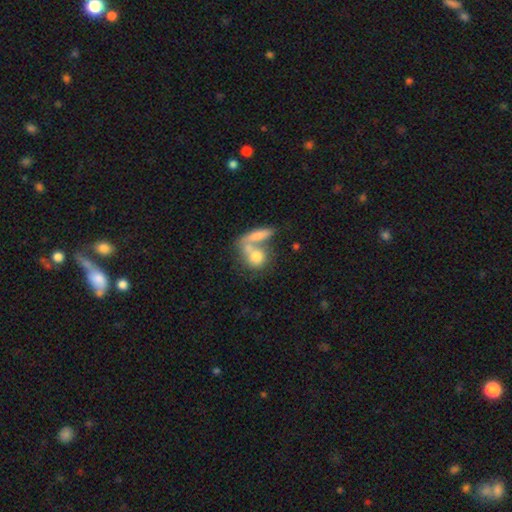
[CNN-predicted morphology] Smooth or featured?
  - smooth: 72% *
  - featured or disk: 21%
  - star or artifact: 8%
How rounded?
  - round: 49% *
  - in between: 44%
  - cigar-shaped: 8%
Merging?
  - merger: 58% *
  - none: 27%
  - minor disturbance: 8%
  - major disturbance: 8%